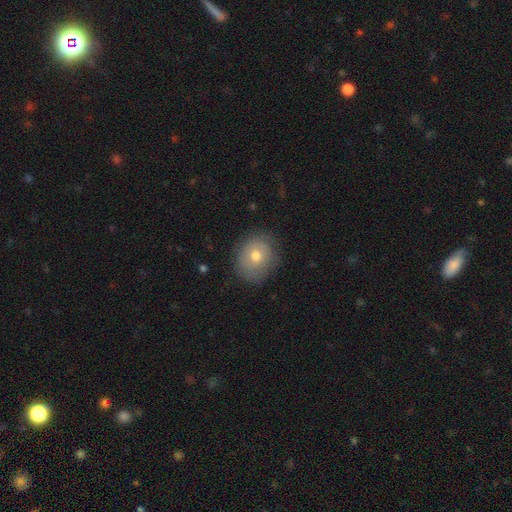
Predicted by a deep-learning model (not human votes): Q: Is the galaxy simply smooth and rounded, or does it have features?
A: smooth — 63%.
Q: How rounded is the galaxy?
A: round — 71%.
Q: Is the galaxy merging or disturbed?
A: none — 73%.